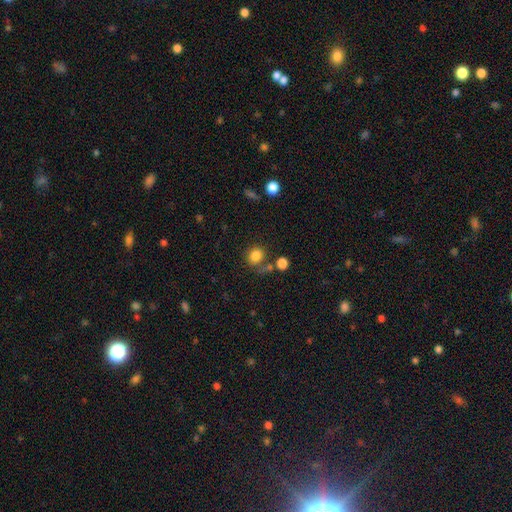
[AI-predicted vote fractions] Smooth or featured? smooth (82%)
How rounded? round (72%)
Merging? none (65%)